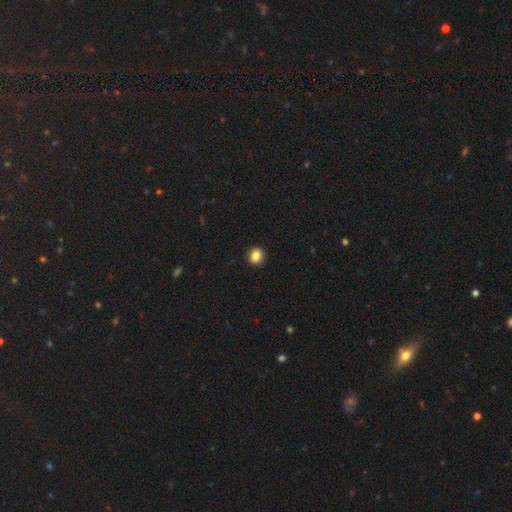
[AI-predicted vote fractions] Smooth or featured?
  - smooth: 86% *
  - star or artifact: 10%
  - featured or disk: 4%
How rounded?
  - round: 75% *
  - in between: 24%
  - cigar-shaped: 1%
Merging?
  - none: 92% *
  - minor disturbance: 5%
  - major disturbance: 2%
  - merger: 1%